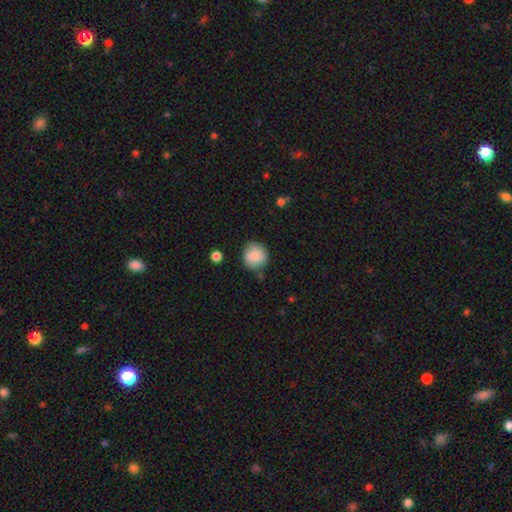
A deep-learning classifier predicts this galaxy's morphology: smooth 82%, featured or disk 11%, star or artifact 7%. Down the decision tree: how rounded — round (89%); merging — none (75%).